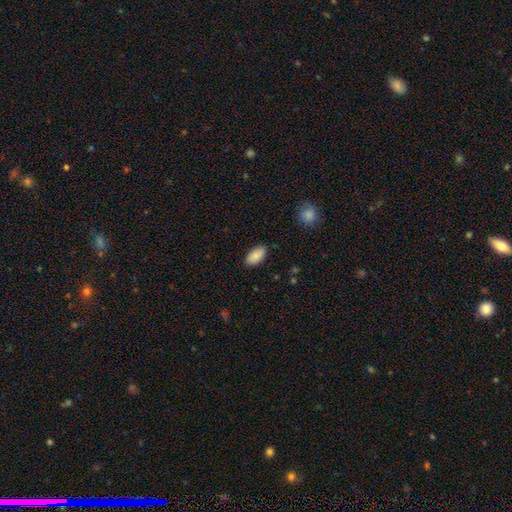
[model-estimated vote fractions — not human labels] The model was most divided on "merging": none: 86%, minor disturbance: 11%, major disturbance: 2%, merger: 1%. More confident: how rounded — in between (94%); smooth or featured — smooth (88%).